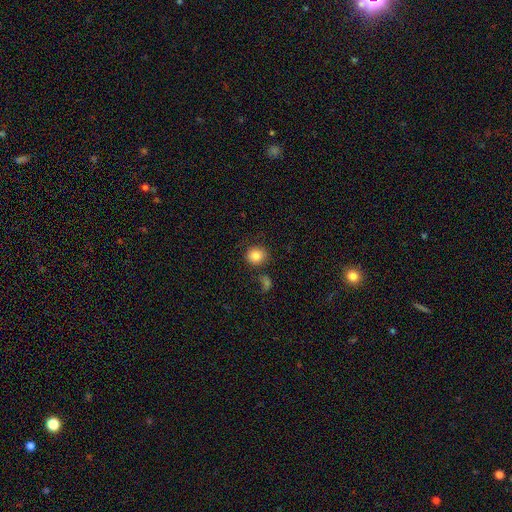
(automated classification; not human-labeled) A smooth galaxy with no disk features (84%) that is round (85%). Merging: none (76%).